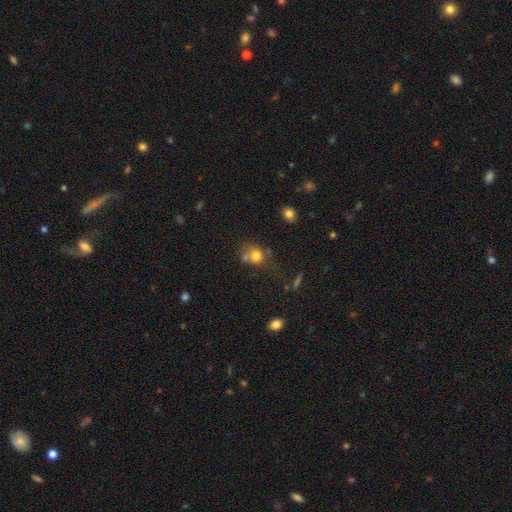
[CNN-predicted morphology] type=smooth (76%); roundness=round (74%); merging=none (46%).